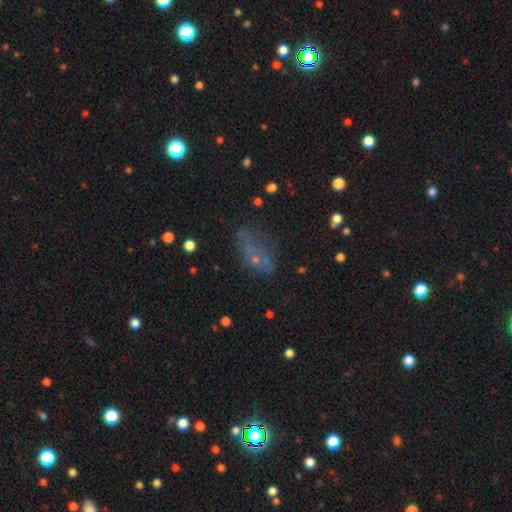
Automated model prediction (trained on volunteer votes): A smooth galaxy with no disk features (46%).

Vote fractions:
- Smooth or featured? smooth: 46% / star or artifact: 28% / featured or disk: 26%
- Merging? none: 40% / major disturbance: 28% / minor disturbance: 24% / merger: 8%